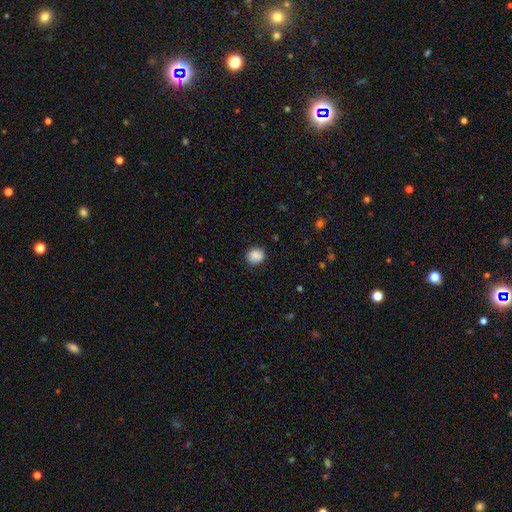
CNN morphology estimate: smooth-or-featured: smooth: 87% | star or artifact: 8% | featured or disk: 4%
  how-rounded: round: 74% | in between: 25% | cigar-shaped: 1%
  merging: none: 86% | minor disturbance: 10% | major disturbance: 3% | merger: 1%